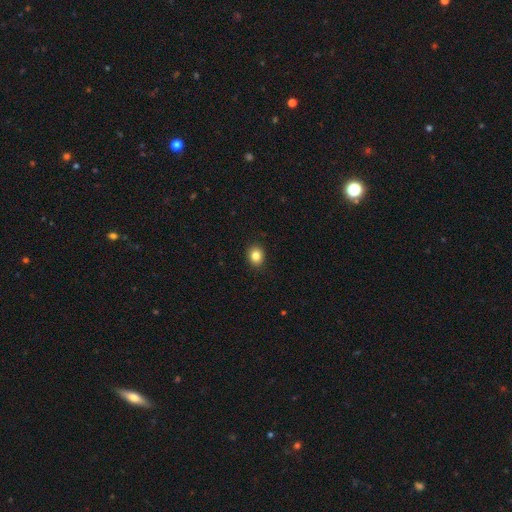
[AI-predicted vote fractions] smooth_or_featured: smooth (p=0.83) [alt: star or artifact p=0.10]
how_rounded: round (p=0.67) [alt: in between p=0.33]
merging: none (p=0.91) [alt: minor disturbance p=0.06]